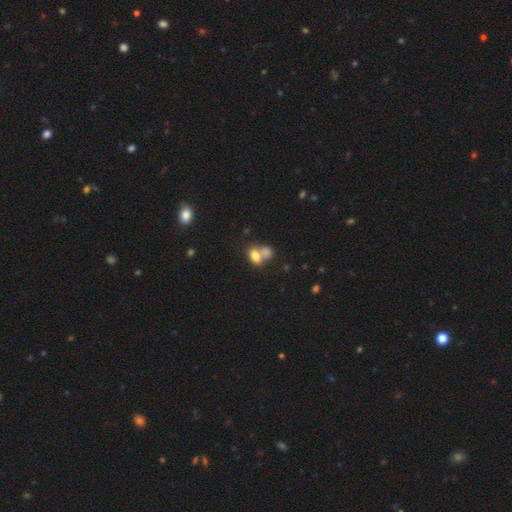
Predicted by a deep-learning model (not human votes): The model was most divided on "merging": merger: 60%, none: 27%, minor disturbance: 8%, major disturbance: 4%. More confident: how rounded — in between (78%); smooth or featured — smooth (78%).